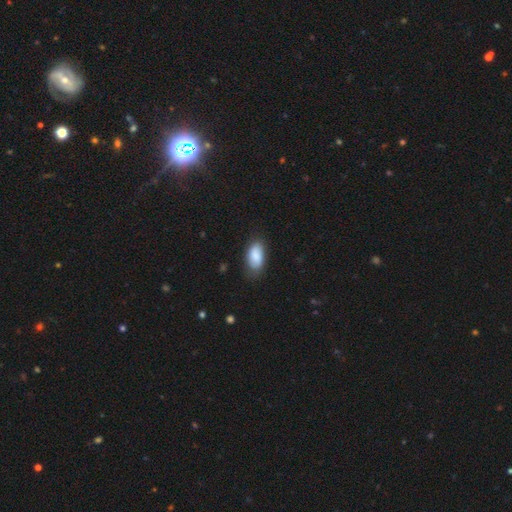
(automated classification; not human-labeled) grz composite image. It shows a smooth galaxy with no disk features (83%) that is in between round and cigar-shaped (94%). Merging: none (71%).